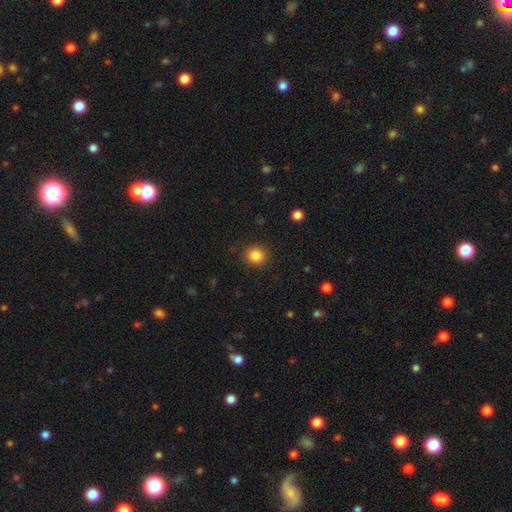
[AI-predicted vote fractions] A smooth galaxy with no disk features (85%) that is round (85%). Merging: none (89%).